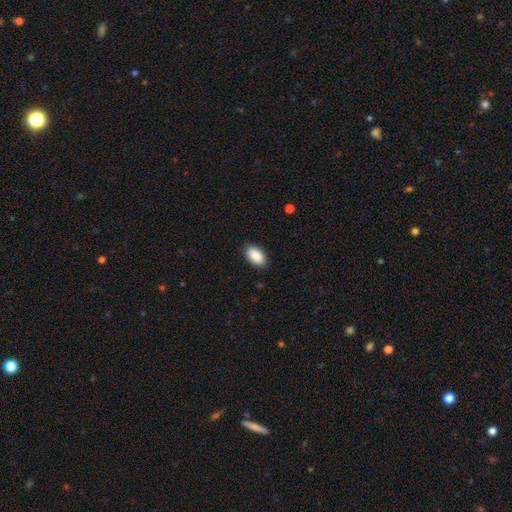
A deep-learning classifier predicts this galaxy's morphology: Smooth or featured: smooth — 90% (star or artifact — 6%)
How rounded: in between — 94% (round — 4%)
Merging: none — 88% (minor disturbance — 9%)